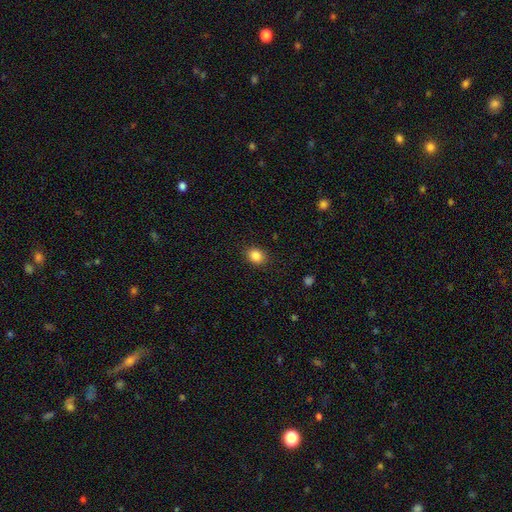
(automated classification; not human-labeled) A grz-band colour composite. It shows a smooth galaxy with no disk features (86%) that is in between round and cigar-shaped (53%). Merging: none (88%).